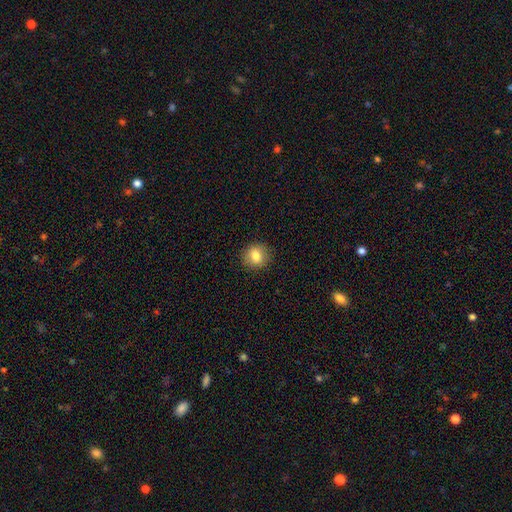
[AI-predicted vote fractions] This appears to be a smooth galaxy with no disk features (81%) that is round (80%). Merging: none (89%).